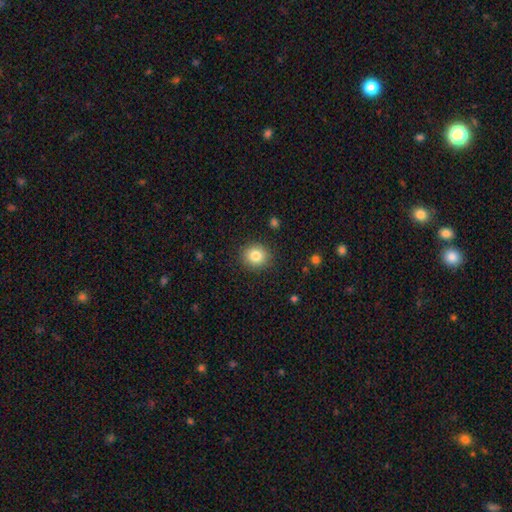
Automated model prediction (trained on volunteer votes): Smooth or featured: smooth — 83% (star or artifact — 10%)
How rounded: round — 81% (in between — 18%)
Merging: none — 89% (minor disturbance — 8%)